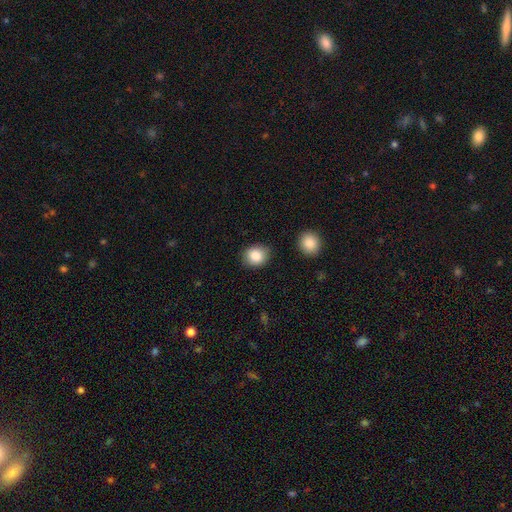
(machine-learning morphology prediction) smooth-or-featured: smooth: 84% | star or artifact: 9% | featured or disk: 7%
  how-rounded: round: 68% | in between: 32% | cigar-shaped: 1%
  merging: none: 84% | minor disturbance: 11% | merger: 3% | major disturbance: 3%